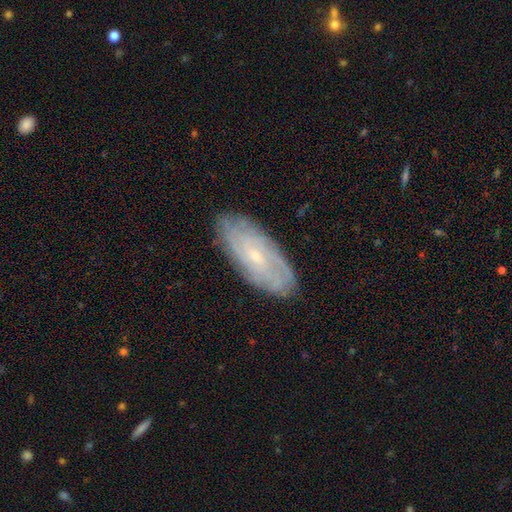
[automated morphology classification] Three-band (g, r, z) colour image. It shows a featured or disk galaxy (70%) with no bar (67%), tight (71%) spiral arms (89%) and a small central bulge (79%). Merging: none (83%).